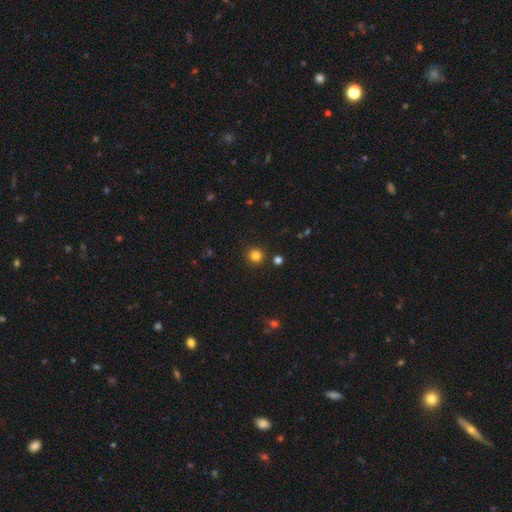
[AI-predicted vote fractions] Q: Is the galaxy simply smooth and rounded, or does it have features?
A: smooth — 82%.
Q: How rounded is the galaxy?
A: round — 94%.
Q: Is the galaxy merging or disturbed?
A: none — 90%.